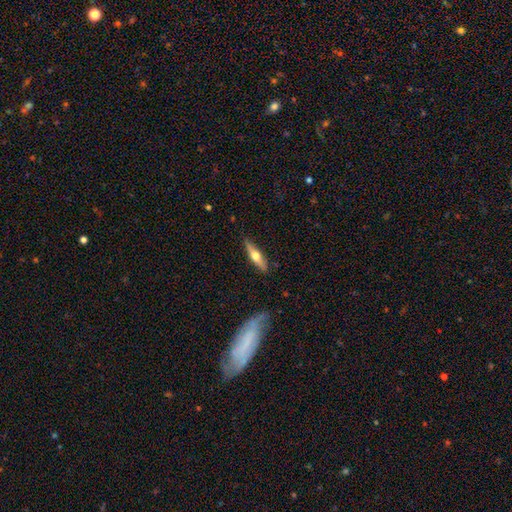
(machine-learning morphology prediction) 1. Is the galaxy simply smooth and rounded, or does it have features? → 56% featured or disk, 39% smooth, 6% star or artifact.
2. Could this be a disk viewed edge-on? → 93% yes, 7% no.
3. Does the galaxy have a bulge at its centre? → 94% rounded, 3% none, 3% boxy.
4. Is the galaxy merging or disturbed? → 85% none, 11% minor disturbance, 2% major disturbance, 2% merger.